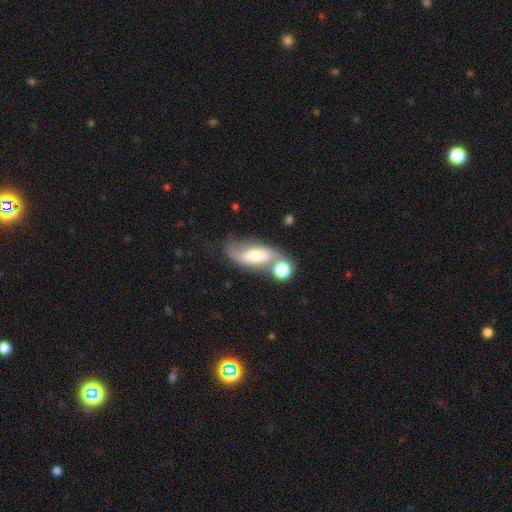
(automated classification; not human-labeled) Q: Smooth or featured?
A: featured or disk (63%); runner-up: smooth (29%)
Q: Edge-on disk?
A: no (89%); runner-up: yes (11%)
Q: Bar?
A: no (41%); runner-up: weak (32%)
Q: Spiral arms?
A: yes (84%); runner-up: no (16%)
Q: Bulge size?
A: moderate (39%); runner-up: small (32%)
Q: Merging?
A: none (44%); runner-up: merger (24%)